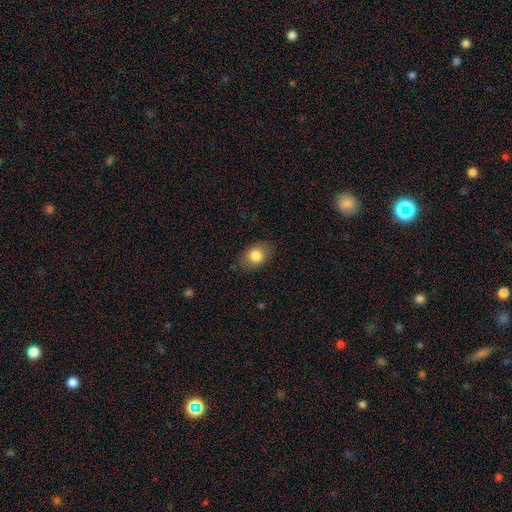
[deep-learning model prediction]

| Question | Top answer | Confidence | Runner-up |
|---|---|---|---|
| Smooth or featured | smooth | 81% | featured or disk (10%) |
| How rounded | in between | 70% | round (28%) |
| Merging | none | 82% | minor disturbance (13%) |